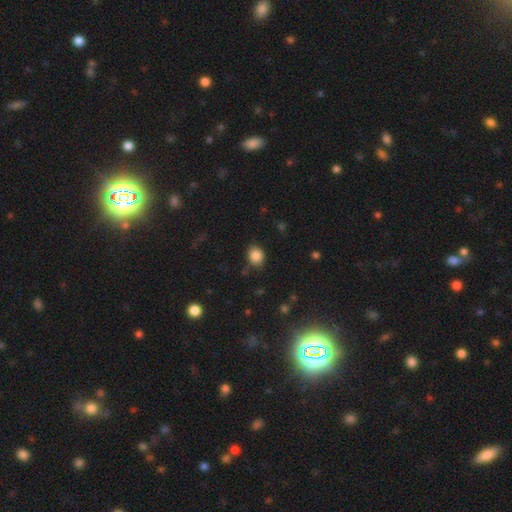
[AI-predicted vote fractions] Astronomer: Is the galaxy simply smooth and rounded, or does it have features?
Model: smooth — 86%.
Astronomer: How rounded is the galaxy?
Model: round — 59% (runner-up: in between, 40%).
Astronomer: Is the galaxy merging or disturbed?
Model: none — 76%.